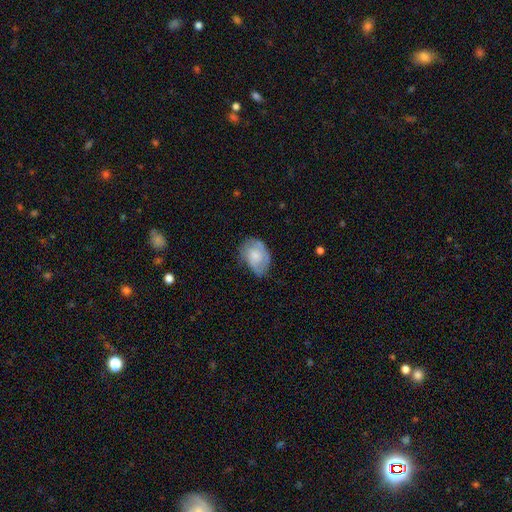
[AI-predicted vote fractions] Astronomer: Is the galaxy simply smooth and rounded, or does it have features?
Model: smooth — 59% (runner-up: featured or disk, 35%).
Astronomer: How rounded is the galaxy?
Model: in between — 76%.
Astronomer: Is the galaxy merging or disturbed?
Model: none — 53% (runner-up: minor disturbance, 33%).